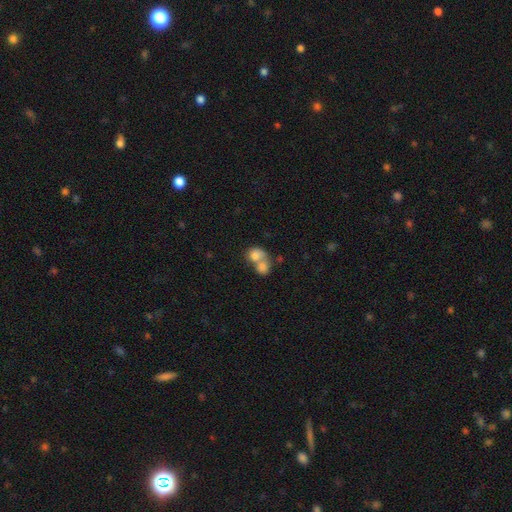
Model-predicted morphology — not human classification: type=smooth (78%); roundness=round (64%); merging=merger (72%).